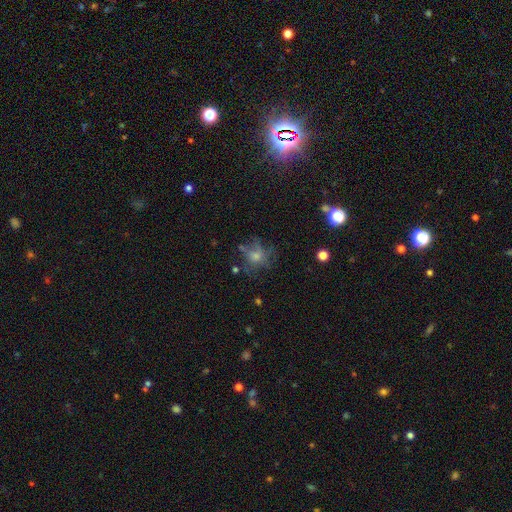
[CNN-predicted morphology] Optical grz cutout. It shows a smooth galaxy with no disk features (37%). Merging: none (59%).